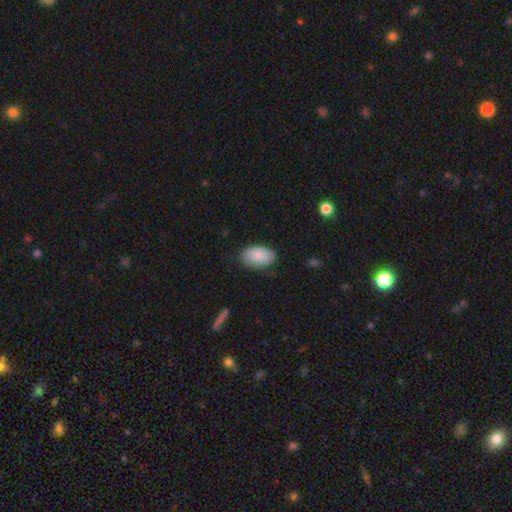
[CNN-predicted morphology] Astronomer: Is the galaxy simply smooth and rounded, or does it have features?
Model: smooth — 86%.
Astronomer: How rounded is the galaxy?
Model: in between — 93%.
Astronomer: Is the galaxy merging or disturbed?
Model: none — 78%.